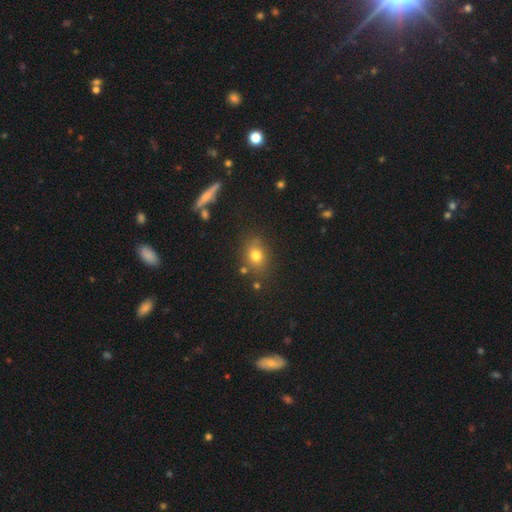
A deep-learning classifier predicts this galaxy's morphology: type=smooth (75%); roundness=round (50%); merging=none (76%).